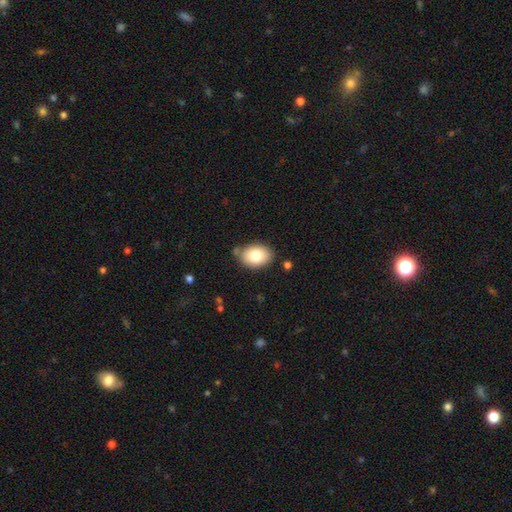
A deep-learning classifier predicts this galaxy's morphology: This is likely a smooth galaxy (80%). How rounded: likely in between (79%). Merging: likely none (74%).